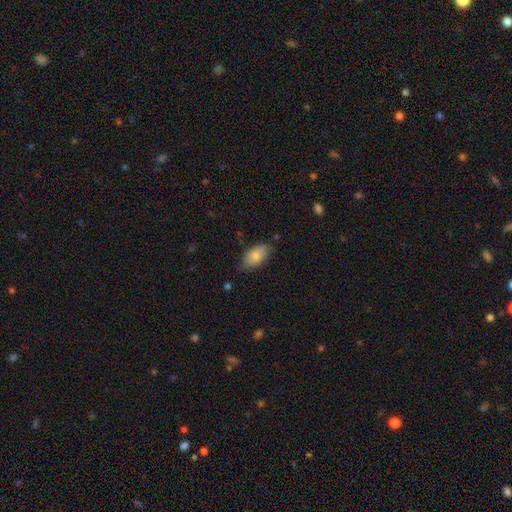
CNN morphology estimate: A smooth galaxy with no disk features (82%) that is in between round and cigar-shaped (92%).

Vote fractions:
- Smooth or featured? smooth: 82% / featured or disk: 12% / star or artifact: 7%
- How rounded? in between: 92% / cigar-shaped: 4% / round: 3%
- Merging? none: 73% / minor disturbance: 22% / major disturbance: 4% / merger: 2%